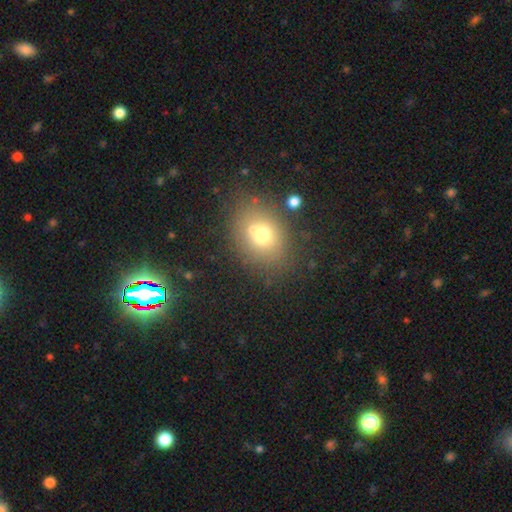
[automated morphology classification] This is possibly a smooth galaxy (59%). How rounded: possibly in between (59%). Merging: clearly none (86%).